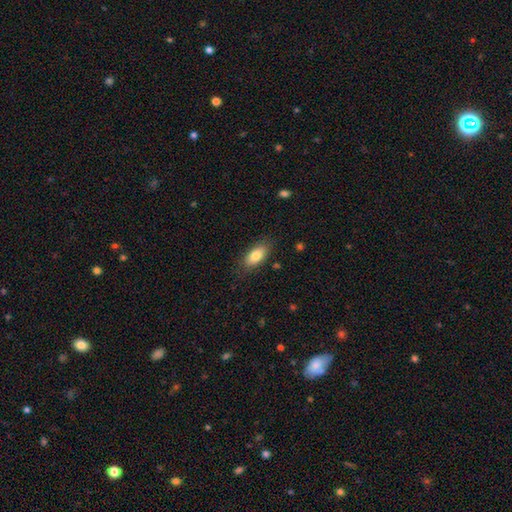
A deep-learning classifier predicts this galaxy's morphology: This appears to be a smooth galaxy with no disk features (81%) that is in between round and cigar-shaped (87%). Merging: none (81%).